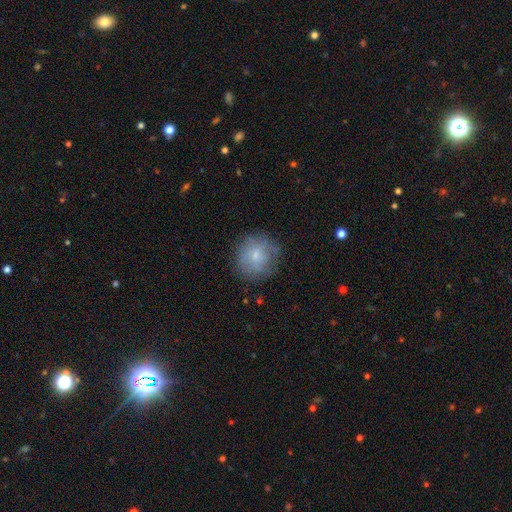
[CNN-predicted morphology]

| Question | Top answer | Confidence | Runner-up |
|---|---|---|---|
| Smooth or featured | smooth | 65% | featured or disk (25%) |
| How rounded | round | 88% | in between (11%) |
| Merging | none | 75% | minor disturbance (17%) |